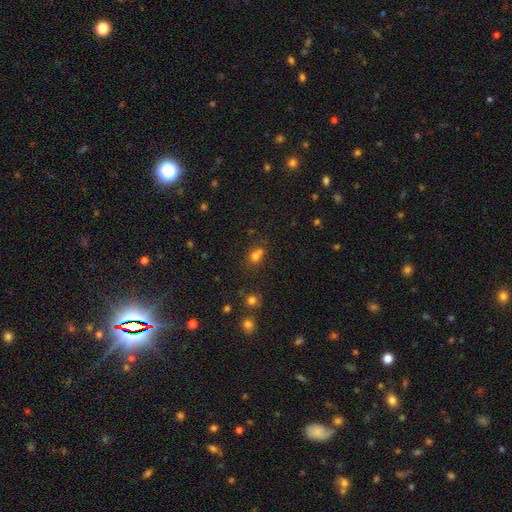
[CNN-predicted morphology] Overall: smooth (72%). How rounded: round (57%; in between 42%). Merging: none (45%; merger 38%).